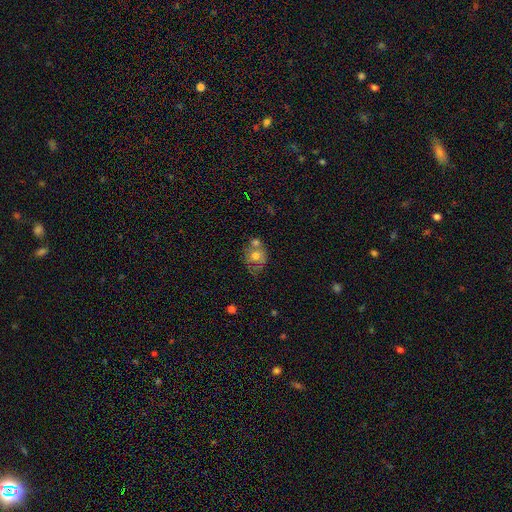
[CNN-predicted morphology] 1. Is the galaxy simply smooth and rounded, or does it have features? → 58% smooth, 32% featured or disk, 10% star or artifact.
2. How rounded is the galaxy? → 58% round, 41% in between, 1% cigar-shaped.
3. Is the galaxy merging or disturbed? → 36% none (tied), 36% merger (tied), 19% minor disturbance, 9% major disturbance.